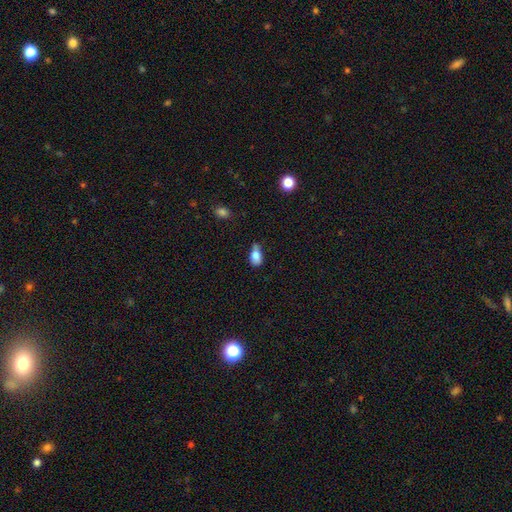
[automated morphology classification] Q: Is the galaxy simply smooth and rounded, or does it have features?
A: smooth — 81%.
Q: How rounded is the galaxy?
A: in between — 87%.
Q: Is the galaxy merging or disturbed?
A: minor disturbance — 42%.